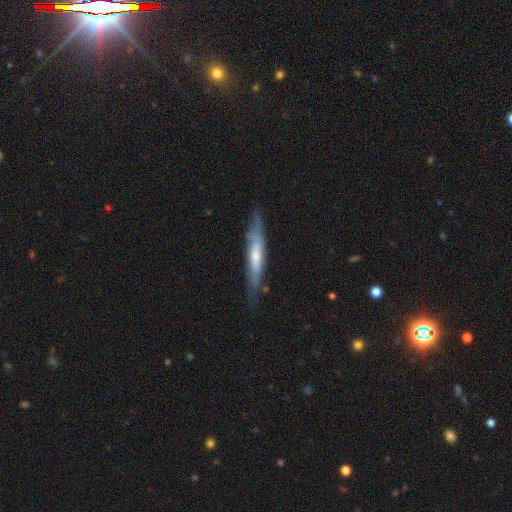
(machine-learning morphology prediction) smooth_or_featured: featured or disk (p=0.52) [alt: smooth p=0.42]
disk_edge_on: yes (p=0.78) [alt: no p=0.22]
merging: none (p=0.71) [alt: minor disturbance p=0.21]